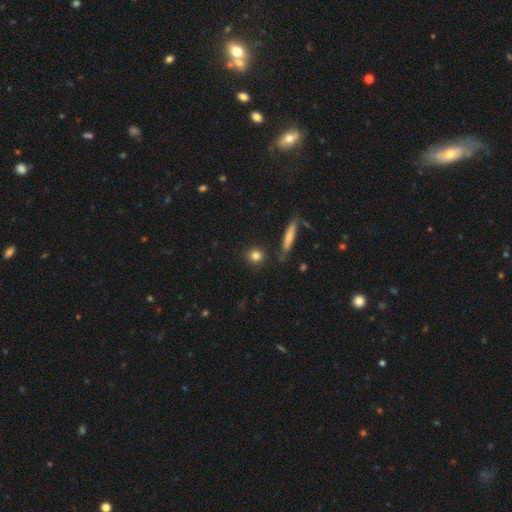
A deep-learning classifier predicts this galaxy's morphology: A smooth galaxy with no disk features (82%) that is round (86%).

Vote fractions:
- Smooth or featured? smooth: 82% / star or artifact: 10% / featured or disk: 8%
- How rounded? round: 86% / in between: 9% / cigar-shaped: 4%
- Merging? none: 86% / minor disturbance: 8% / merger: 4% / major disturbance: 3%